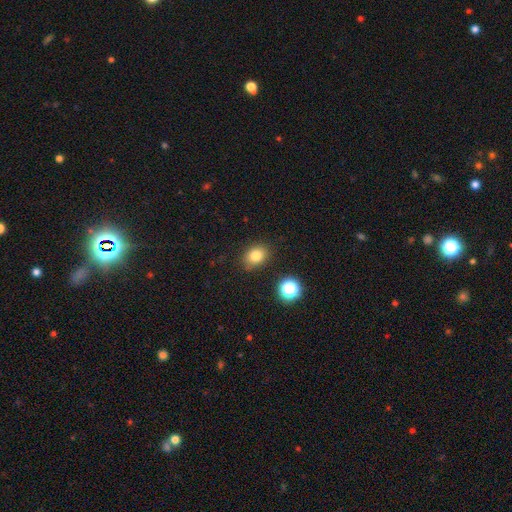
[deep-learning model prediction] A smooth galaxy with no disk features (80%) that is in between round and cigar-shaped (57%). Merging: none (83%).